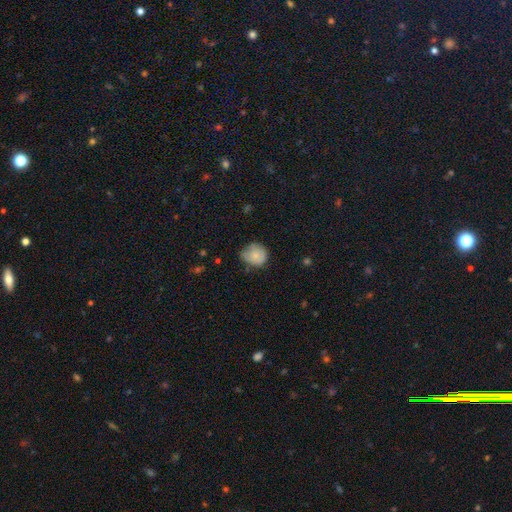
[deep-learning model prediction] smooth-or-featured: smooth: 73% | featured or disk: 19% | star or artifact: 8%
  how-rounded: round: 72% | in between: 27% | cigar-shaped: 1%
  merging: none: 49% | minor disturbance: 40% | major disturbance: 9% | merger: 2%